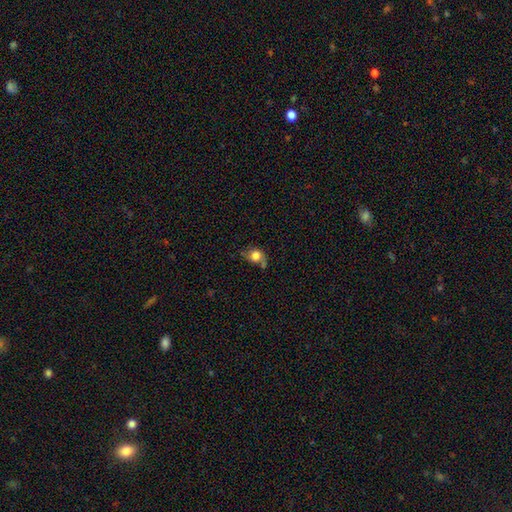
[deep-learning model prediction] Smooth or featured: smooth — 77% (featured or disk — 12%)
How rounded: round — 64% (in between — 34%)
Merging: none — 46% (minor disturbance — 29%)